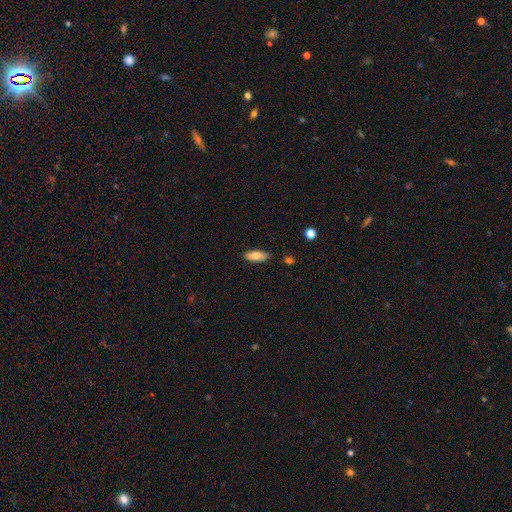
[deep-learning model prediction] smooth_or_featured: smooth (p=0.78) [alt: featured or disk p=0.15]
how_rounded: in between (p=0.75) [alt: cigar-shaped p=0.23]
merging: none (p=0.85) [alt: minor disturbance p=0.11]